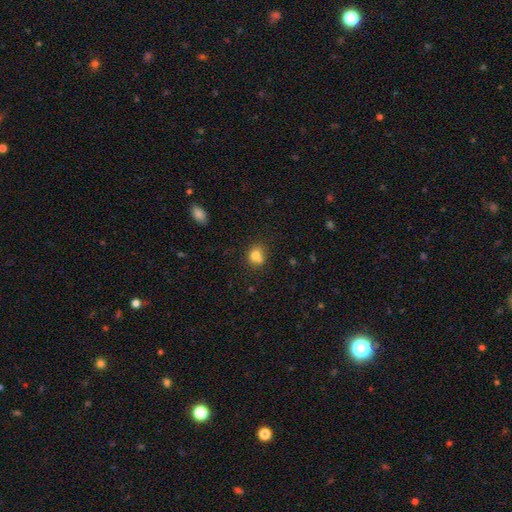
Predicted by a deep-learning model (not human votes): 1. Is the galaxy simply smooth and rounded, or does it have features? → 77% smooth, 12% star or artifact, 11% featured or disk.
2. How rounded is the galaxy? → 68% round, 31% in between, 1% cigar-shaped.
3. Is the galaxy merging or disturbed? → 53% none, 23% merger, 19% minor disturbance, 5% major disturbance.